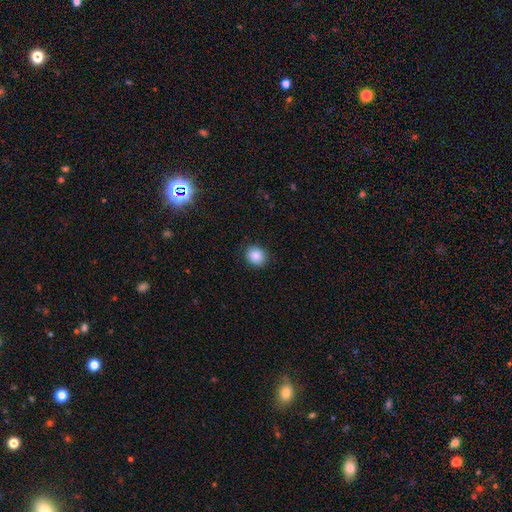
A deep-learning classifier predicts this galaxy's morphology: A smooth galaxy with no disk features (88%) that is round (71%). Merging: none (89%).